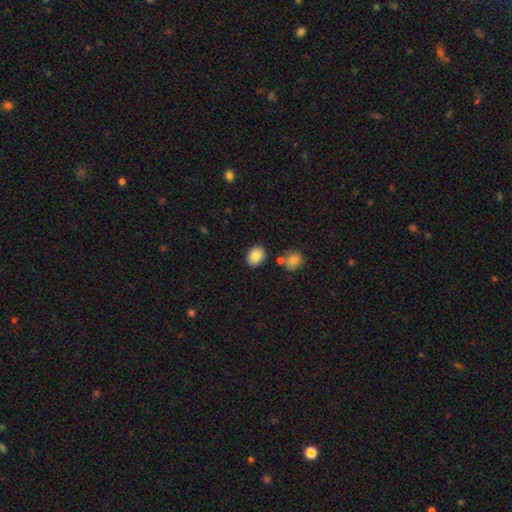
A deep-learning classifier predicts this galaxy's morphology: Smooth or featured: smooth — 86% (star or artifact — 9%)
How rounded: in between — 61% (round — 38%)
Merging: none — 82% (minor disturbance — 10%)